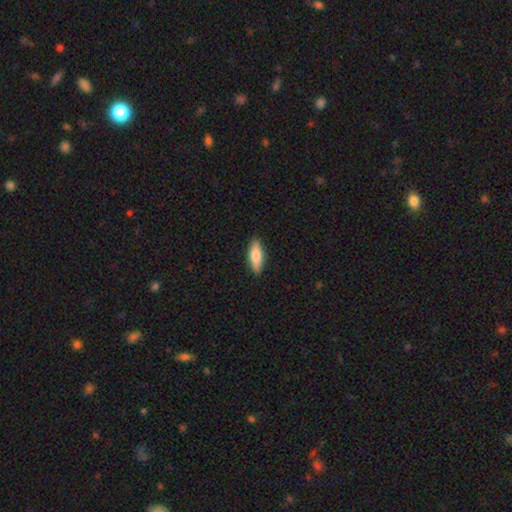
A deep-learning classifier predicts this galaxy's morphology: Smooth or featured? Predicted: smooth (p=0.71). How rounded? Predicted: in between (p=0.59). Merging? Predicted: none (p=0.90).